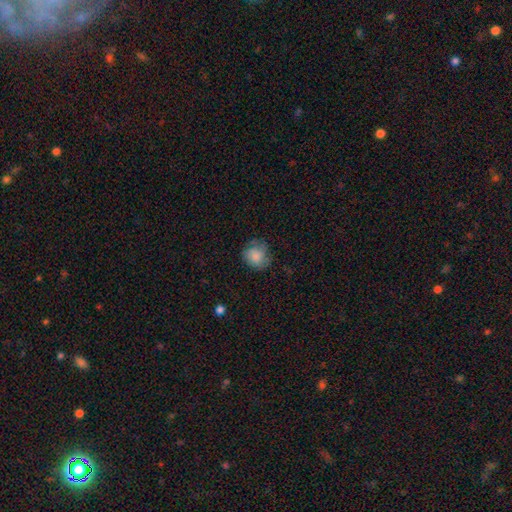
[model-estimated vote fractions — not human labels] A smooth galaxy with no disk features (77%) that is round (76%).

Vote fractions:
- Smooth or featured? smooth: 77% / featured or disk: 15% / star or artifact: 8%
- How rounded? round: 76% / in between: 23% / cigar-shaped: 1%
- Merging? none: 62% / minor disturbance: 26% / major disturbance: 11% / merger: 2%